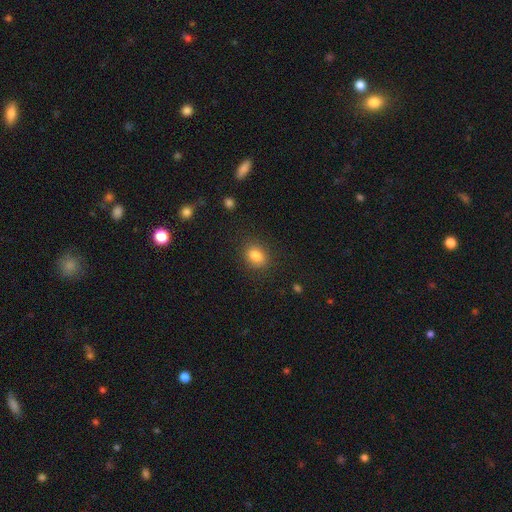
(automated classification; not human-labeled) Q: Smooth or featured?
A: smooth (83%); runner-up: star or artifact (10%)
Q: How rounded?
A: in between (55%); runner-up: round (44%)
Q: Merging?
A: none (85%); runner-up: minor disturbance (10%)